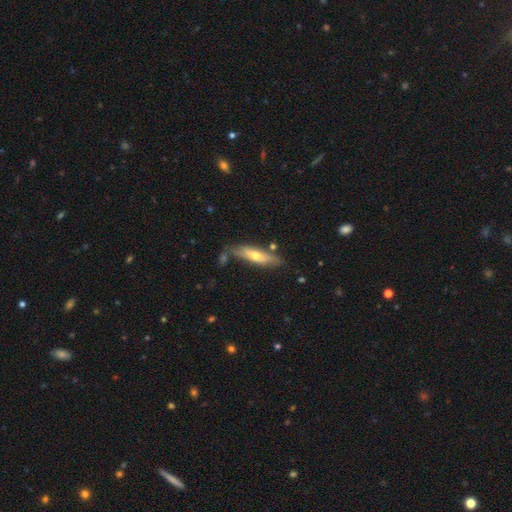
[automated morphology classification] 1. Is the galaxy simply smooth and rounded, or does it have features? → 50% smooth, 44% featured or disk, 6% star or artifact.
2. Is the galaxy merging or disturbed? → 69% none, 18% minor disturbance, 8% merger, 5% major disturbance.